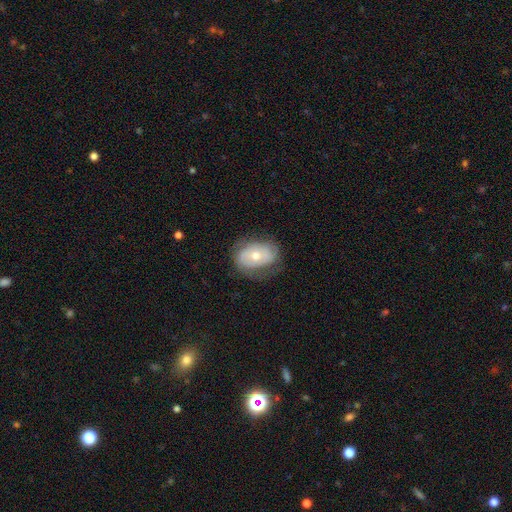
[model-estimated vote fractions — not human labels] Morphology: type=smooth (48%); merging=none (64%).